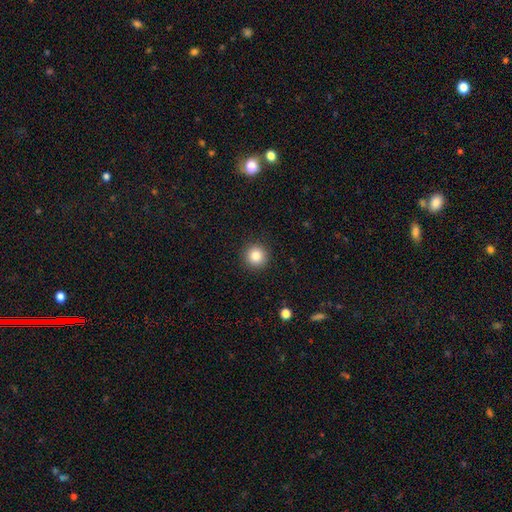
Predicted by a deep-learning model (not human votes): This appears to be a smooth galaxy with no disk features (84%) that is round (95%). Merging: none (92%).